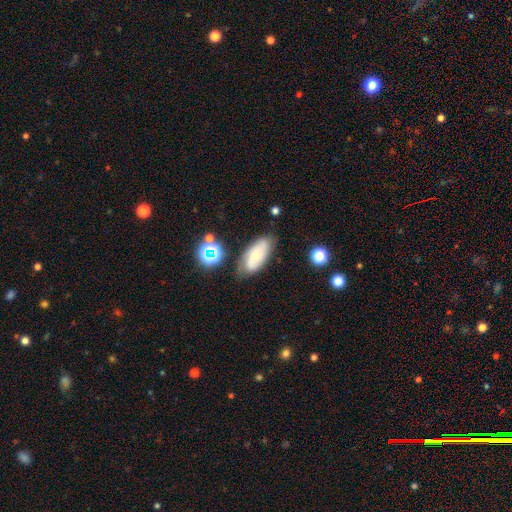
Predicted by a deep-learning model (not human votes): smooth 49%, featured or disk 41%, star or artifact 10%. Down the decision tree: merging — none (67%).